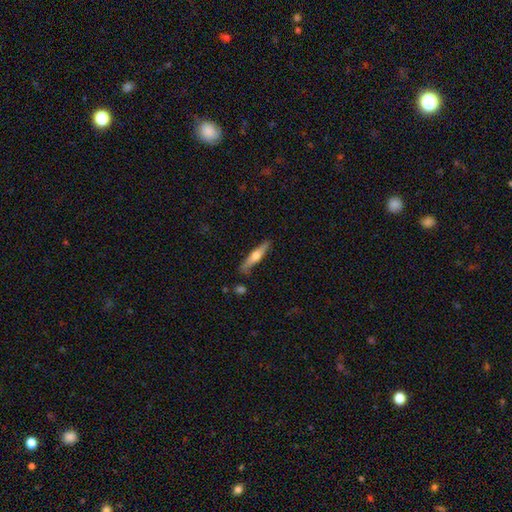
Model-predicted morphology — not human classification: Q: Smooth or featured?
A: featured or disk (48%); runner-up: smooth (46%)
Q: Merging?
A: none (84%); runner-up: minor disturbance (11%)